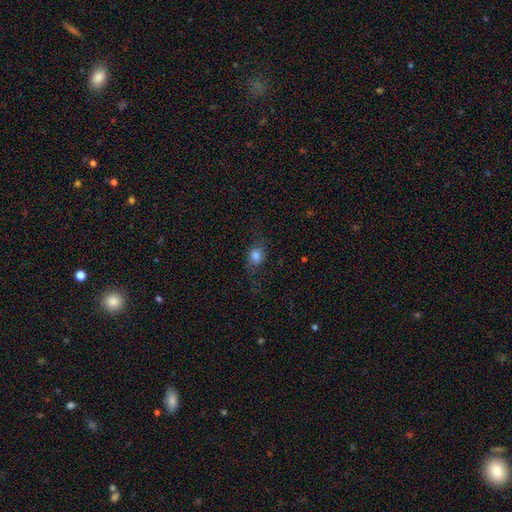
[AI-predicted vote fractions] Smooth or featured?
  - smooth: 73% *
  - featured or disk: 15%
  - star or artifact: 12%
How rounded?
  - round: 60% *
  - in between: 37%
  - cigar-shaped: 3%
Merging?
  - none: 64% *
  - minor disturbance: 20%
  - major disturbance: 14%
  - merger: 1%